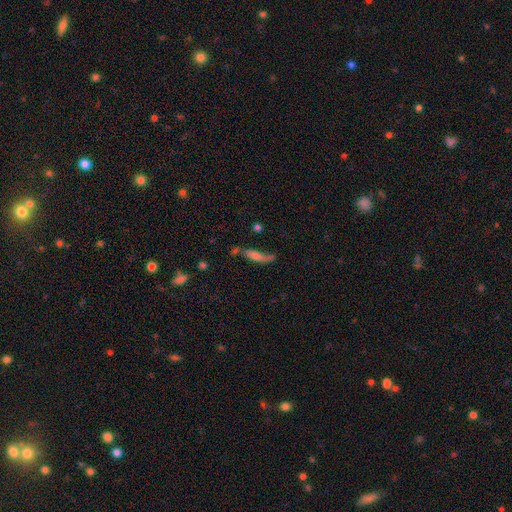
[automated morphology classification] Smooth or featured: smooth — 50% (featured or disk — 40%)
How rounded: cigar-shaped — 71% (in between — 25%)
Merging: none — 44% (minor disturbance — 25%)